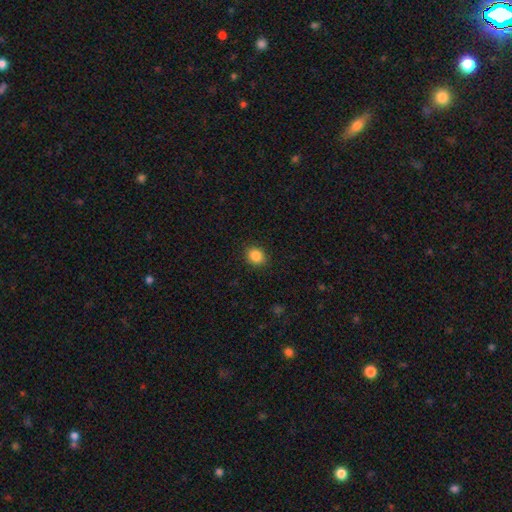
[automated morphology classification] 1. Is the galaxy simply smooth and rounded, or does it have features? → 87% smooth, 10% star or artifact, 4% featured or disk.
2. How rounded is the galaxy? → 63% round, 36% in between, 1% cigar-shaped.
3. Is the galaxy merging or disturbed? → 89% none, 7% minor disturbance, 2% major disturbance, 1% merger.